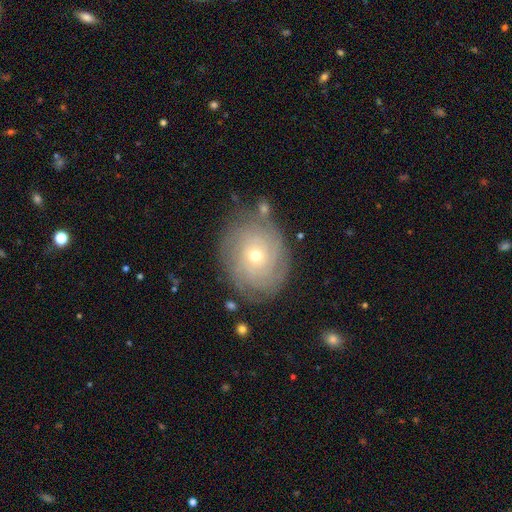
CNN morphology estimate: This is likely a featured or disk galaxy (75%). It is clearly not viewed edge-on (97%). Bar: clearly no (82%). Spiral arm pattern: clearly yes (90%). Spiral arm count: possibly can't tell (45%). Spiral winding: clearly tight (82%). Central bulge: likely small (61%). Merging: likely none (77%).